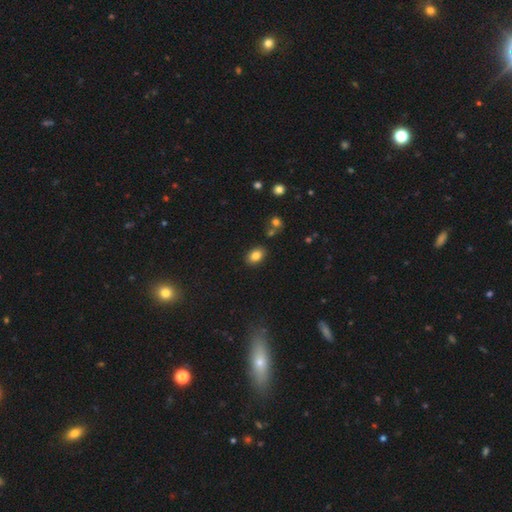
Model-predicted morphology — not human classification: A smooth galaxy with no disk features (83%) that is in between round and cigar-shaped (81%). Merging: none (84%).